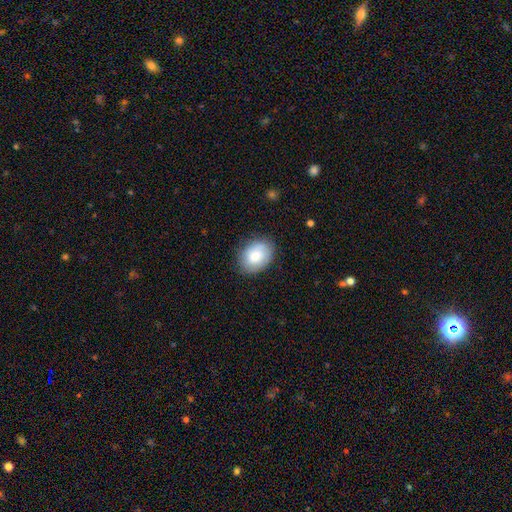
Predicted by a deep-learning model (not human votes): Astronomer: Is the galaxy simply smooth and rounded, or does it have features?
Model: smooth — 76%.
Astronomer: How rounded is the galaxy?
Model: in between — 75%.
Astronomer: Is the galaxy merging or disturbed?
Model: none — 80%.